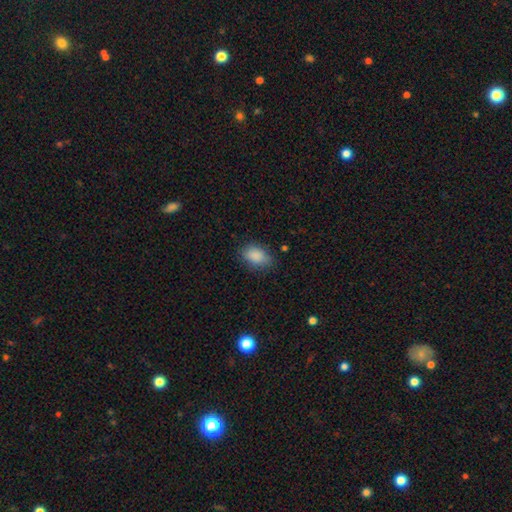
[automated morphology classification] smooth_or_featured: smooth (p=0.87) [alt: star or artifact p=0.08]
how_rounded: in between (p=0.86) [alt: round p=0.12]
merging: none (p=0.76) [alt: minor disturbance p=0.19]